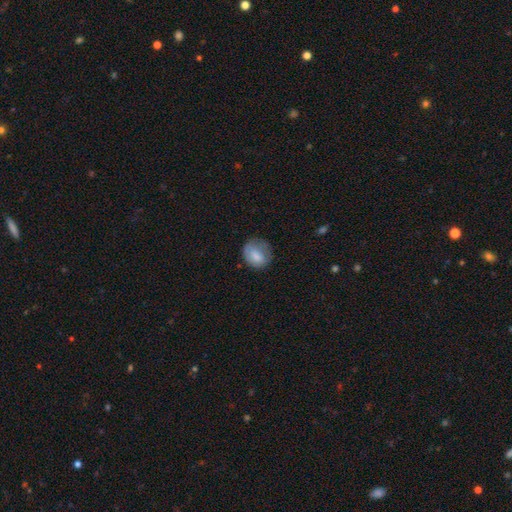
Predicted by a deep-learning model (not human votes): smooth_or_featured: smooth (p=0.75) [alt: featured or disk p=0.17]
how_rounded: round (p=0.64) [alt: in between p=0.35]
merging: none (p=0.62) [alt: minor disturbance p=0.25]